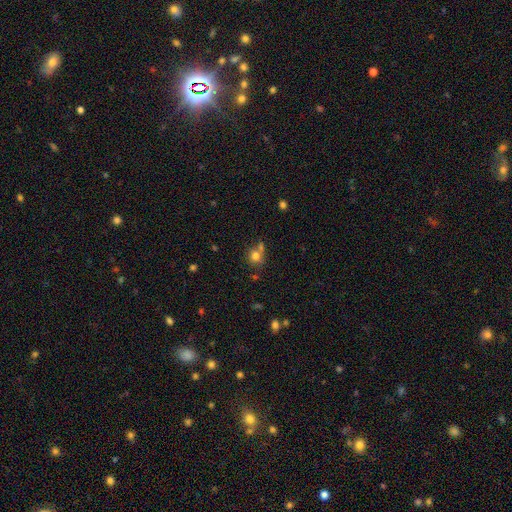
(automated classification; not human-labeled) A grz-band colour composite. It shows a smooth galaxy with no disk features (77%) that is round (81%). Merging: none (54%).